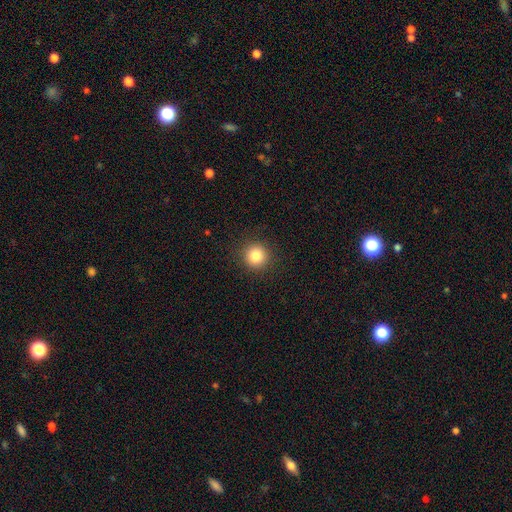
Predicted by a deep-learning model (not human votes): Overall: smooth (84%). How rounded: round (94%). Merging: none (92%).